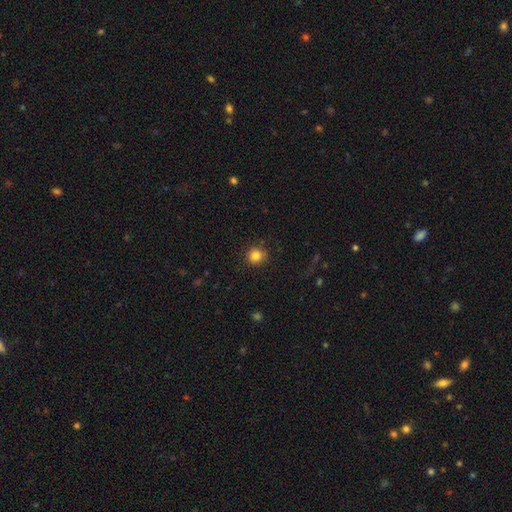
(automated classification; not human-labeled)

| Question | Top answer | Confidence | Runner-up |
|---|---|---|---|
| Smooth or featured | smooth | 83% | star or artifact (11%) |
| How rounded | round | 89% | in between (10%) |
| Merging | none | 84% | minor disturbance (11%) |